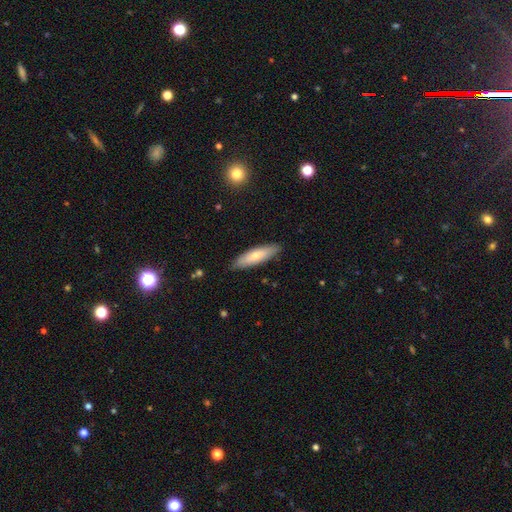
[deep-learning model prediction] Morphology: type=smooth (70%); roundness=cigar-shaped (60%); merging=none (86%).